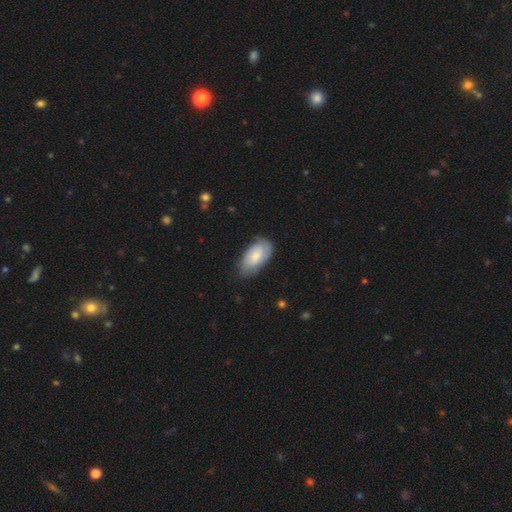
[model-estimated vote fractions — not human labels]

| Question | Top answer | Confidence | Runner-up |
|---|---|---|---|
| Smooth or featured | smooth | 60% | featured or disk (34%) |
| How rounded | in between | 93% | cigar-shaped (4%) |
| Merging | none | 70% | minor disturbance (24%) |